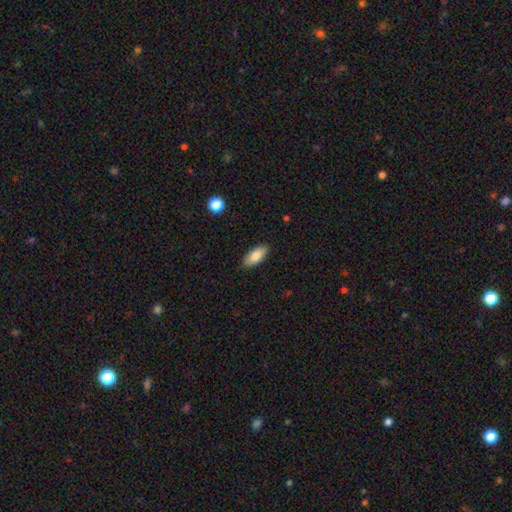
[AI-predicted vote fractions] This is clearly a smooth galaxy (82%). How rounded: clearly in between (85%). Merging: clearly none (87%).